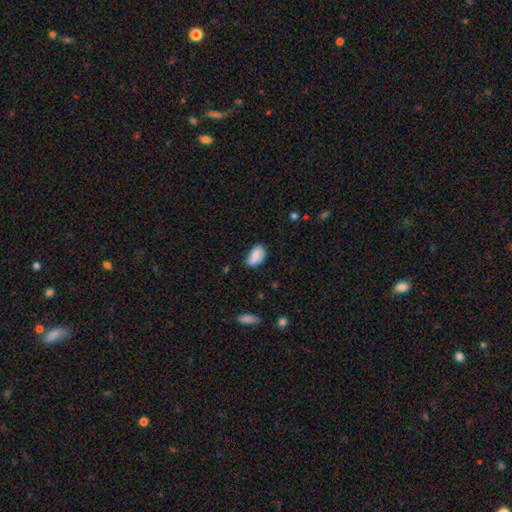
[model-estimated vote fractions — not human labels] Overall: smooth (81%). How rounded: in between (90%). Merging: none (60%; minor disturbance 30%).